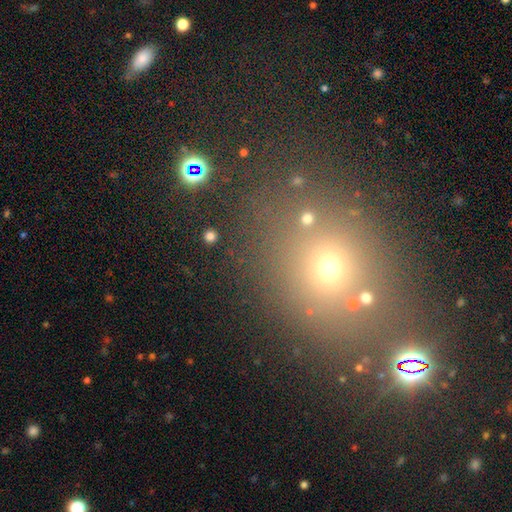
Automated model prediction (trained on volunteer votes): This appears to be a smooth galaxy with no disk features (51%) that is round (58%). Merging: none (74%).